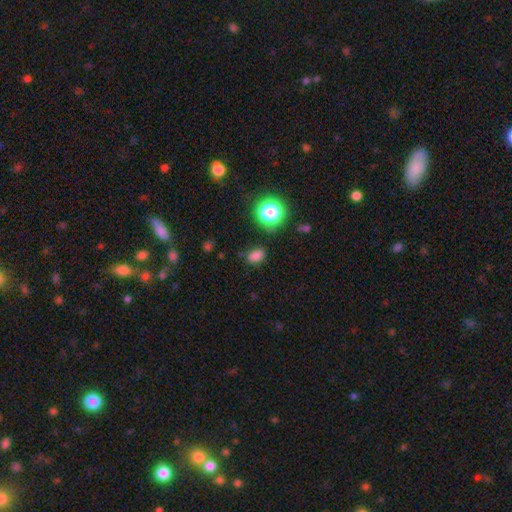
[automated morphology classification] Smooth or featured?
  - smooth: 76% *
  - star or artifact: 19%
  - featured or disk: 5%
How rounded?
  - in between: 78% *
  - round: 20%
  - cigar-shaped: 2%
Merging?
  - none: 77% *
  - minor disturbance: 15%
  - major disturbance: 5%
  - merger: 3%